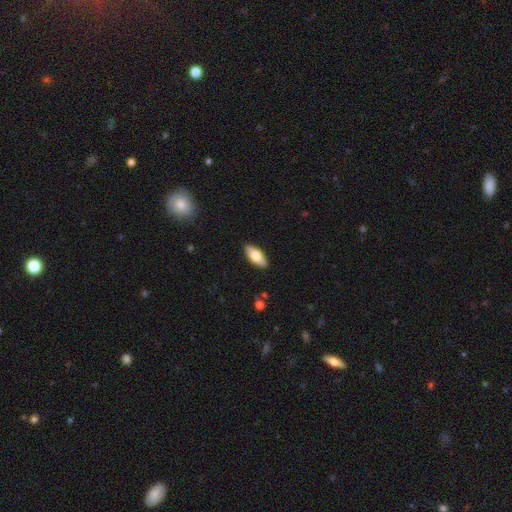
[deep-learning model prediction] A smooth galaxy with no disk features (75%) that is in between round and cigar-shaped (85%).

Vote fractions:
- Smooth or featured? smooth: 75% / featured or disk: 19% / star or artifact: 6%
- How rounded? in between: 85% / cigar-shaped: 13% / round: 2%
- Merging? none: 89% / minor disturbance: 9% / major disturbance: 2% / merger: 1%